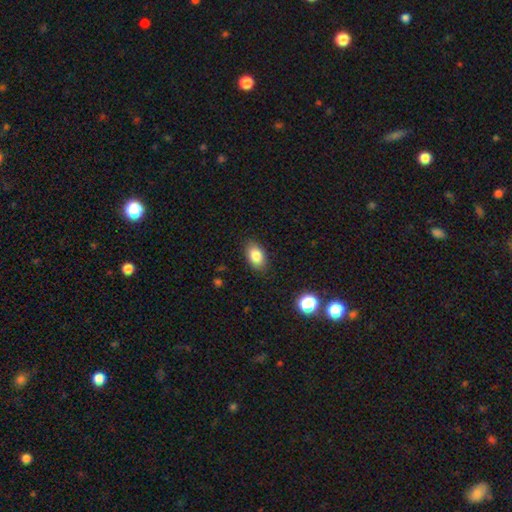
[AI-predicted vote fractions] smooth-or-featured: smooth: 85% | star or artifact: 8% | featured or disk: 7%
  how-rounded: in between: 89% | round: 9% | cigar-shaped: 2%
  merging: none: 85% | minor disturbance: 11% | major disturbance: 3% | merger: 1%